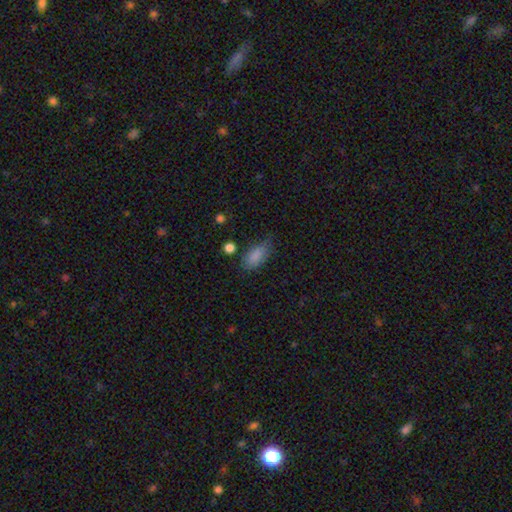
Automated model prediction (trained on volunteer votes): Smooth or featured: smooth — 84% (star or artifact — 9%)
How rounded: in between — 89% (cigar-shaped — 7%)
Merging: none — 58% (minor disturbance — 31%)